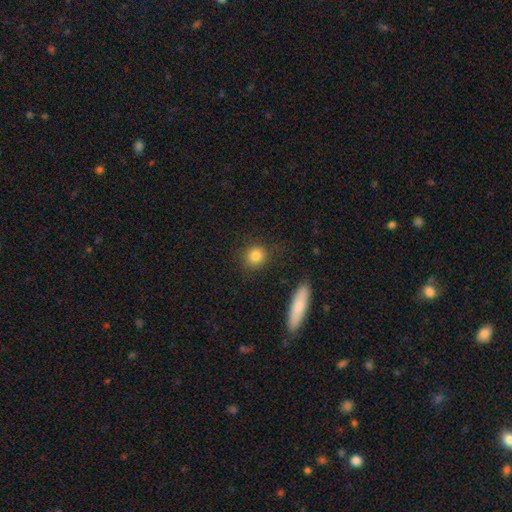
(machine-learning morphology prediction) This appears to be a smooth galaxy with no disk features (83%) that is round (86%). Merging: none (87%).